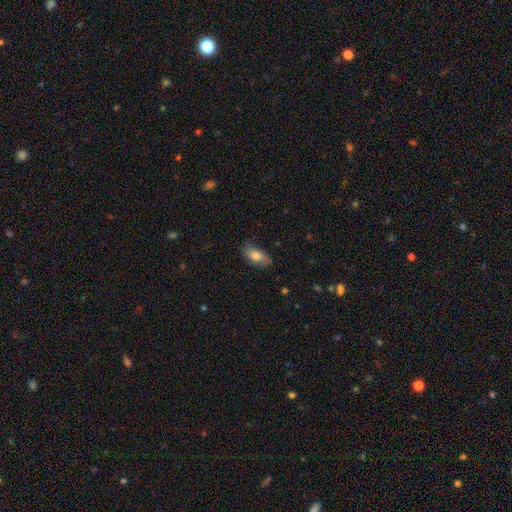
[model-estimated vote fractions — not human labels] This appears to be a smooth galaxy with no disk features (74%) that is in between round and cigar-shaped (88%). Merging: none (71%).